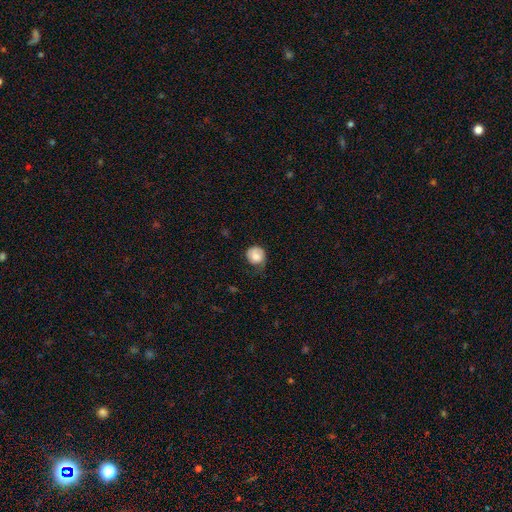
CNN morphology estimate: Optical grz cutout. It shows a smooth galaxy with no disk features (74%) that is round (80%). Merging: none (46%).